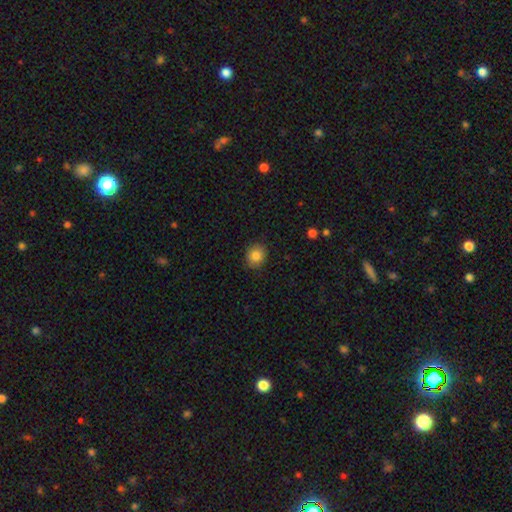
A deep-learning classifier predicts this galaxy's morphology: Smooth or featured? Predicted: smooth (p=0.84). How rounded? Predicted: round (p=0.77). Merging? Predicted: none (p=0.88).